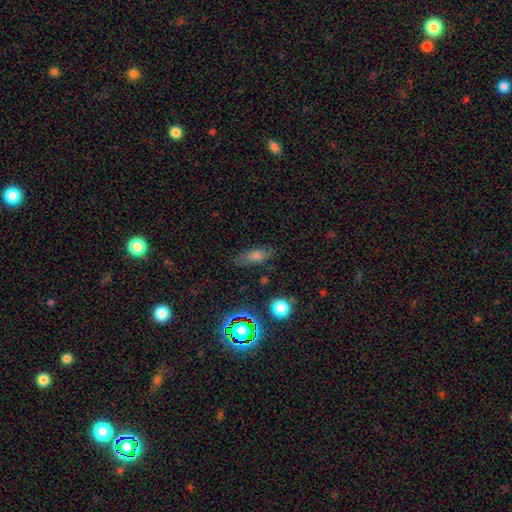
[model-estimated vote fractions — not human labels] Q: Smooth or featured?
A: smooth (62%); runner-up: star or artifact (20%)
Q: How rounded?
A: in between (71%); runner-up: cigar-shaped (20%)
Q: Merging?
A: none (75%); runner-up: minor disturbance (17%)